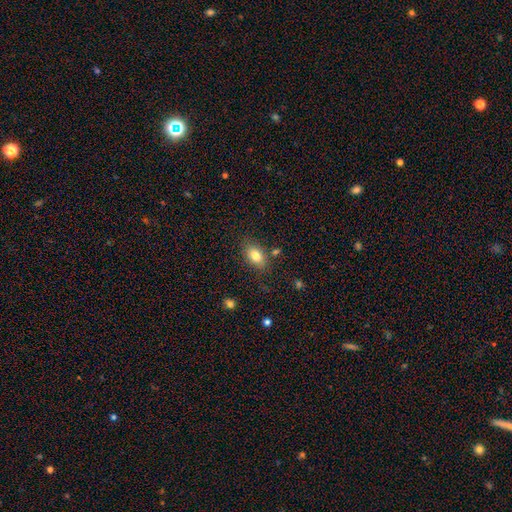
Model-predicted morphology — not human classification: Smooth or featured? smooth (80%)
How rounded? in between (86%)
Merging? none (77%)